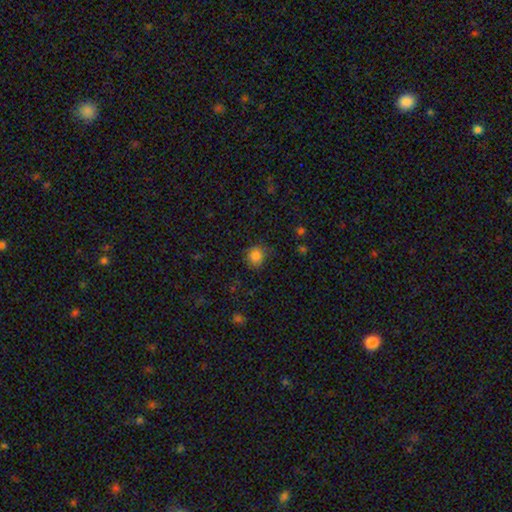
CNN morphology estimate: Smooth or featured: smooth — 83% (star or artifact — 12%)
How rounded: round — 83% (in between — 16%)
Merging: none — 75% (minor disturbance — 18%)